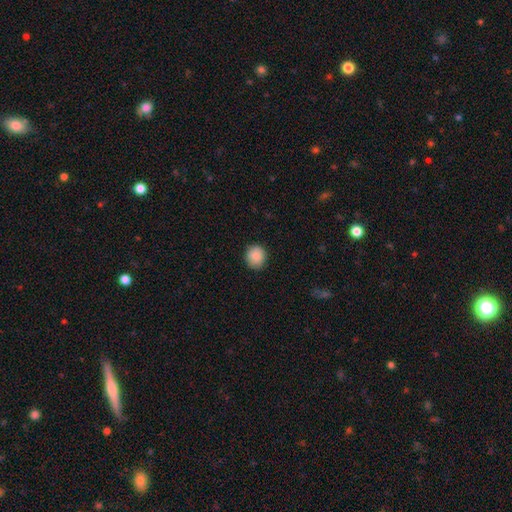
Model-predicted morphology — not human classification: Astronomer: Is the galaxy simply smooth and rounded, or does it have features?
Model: smooth — 88%.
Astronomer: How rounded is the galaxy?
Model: round — 82%.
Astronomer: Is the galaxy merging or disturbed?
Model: none — 87%.